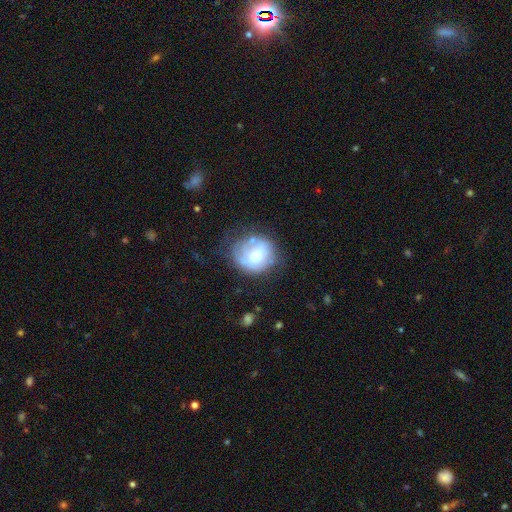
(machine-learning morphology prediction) A smooth galaxy with no disk features (46%).

Vote fractions:
- Smooth or featured? smooth: 46% / featured or disk: 45% / star or artifact: 9%
- Merging? none: 47% / minor disturbance: 28% / major disturbance: 19% / merger: 6%